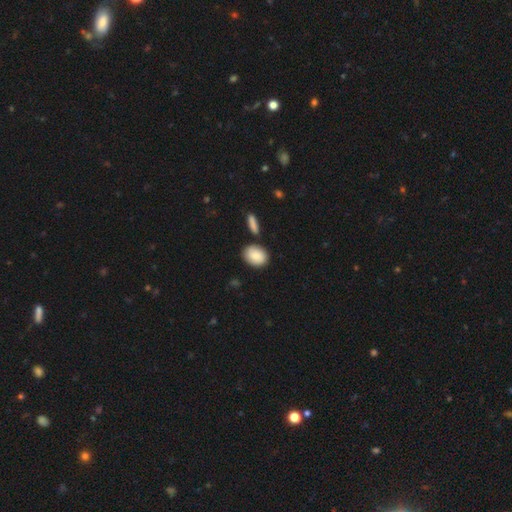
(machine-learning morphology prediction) Smooth or featured? smooth (84%)
How rounded? in between (71%)
Merging? none (76%)